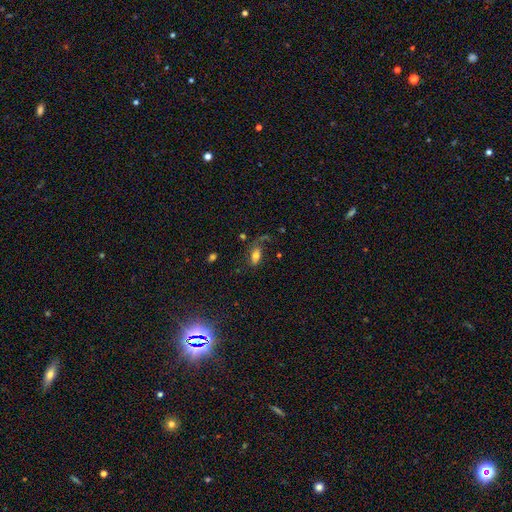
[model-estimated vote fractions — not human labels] The model was most divided on "merging": none: 52%, major disturbance: 21%, minor disturbance: 21%, merger: 6%. More confident: how rounded — in between (88%); smooth or featured — smooth (67%).